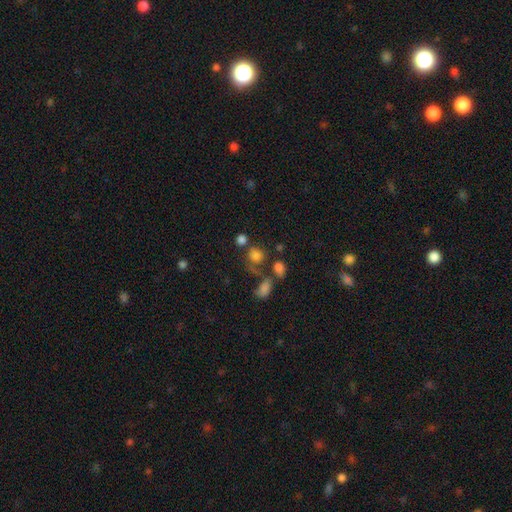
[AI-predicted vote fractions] Smooth or featured?
  - smooth: 76% *
  - star or artifact: 15%
  - featured or disk: 9%
How rounded?
  - round: 77% *
  - in between: 21%
  - cigar-shaped: 1%
Merging?
  - none: 52% *
  - merger: 25%
  - minor disturbance: 13%
  - major disturbance: 10%